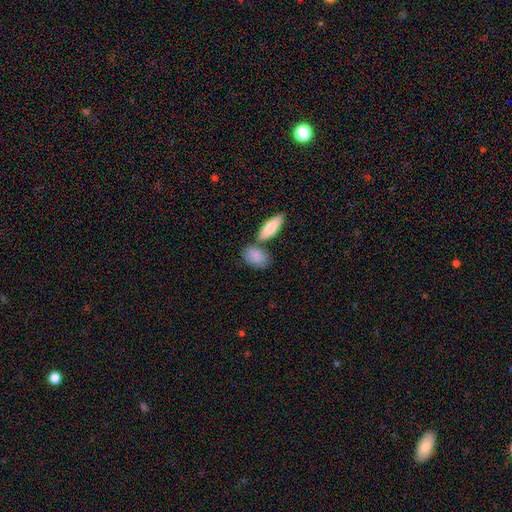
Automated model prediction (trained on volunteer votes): Overall: smooth (86%). How rounded: in between (88%). Merging: none (54%; merger 26%).